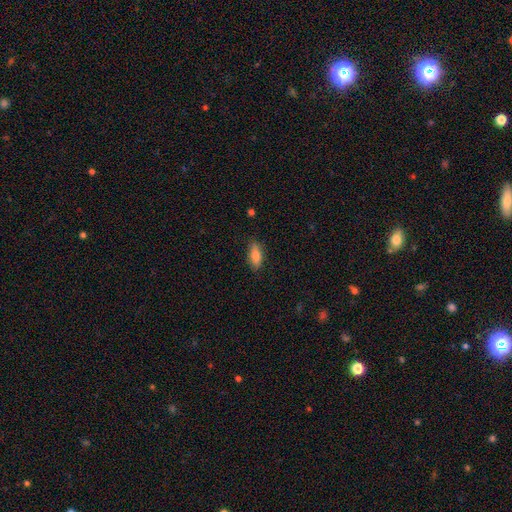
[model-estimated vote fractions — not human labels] Smooth or featured?
  - smooth: 80% *
  - featured or disk: 13%
  - star or artifact: 7%
How rounded?
  - in between: 72% *
  - cigar-shaped: 25%
  - round: 3%
Merging?
  - none: 83% *
  - minor disturbance: 13%
  - major disturbance: 3%
  - merger: 1%